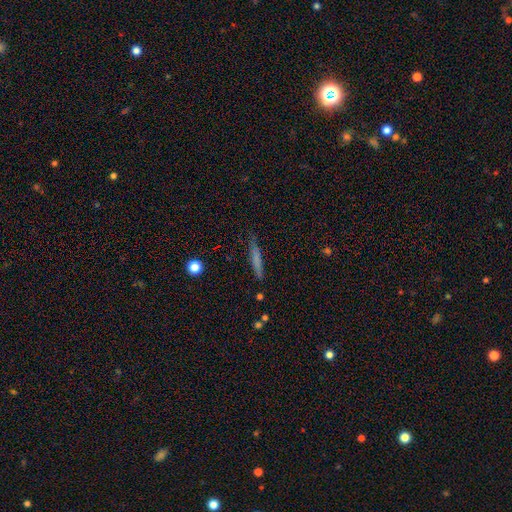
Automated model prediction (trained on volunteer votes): Smooth or featured: smooth — 59% (featured or disk — 32%)
How rounded: cigar-shaped — 94% (in between — 4%)
Merging: none — 85% (minor disturbance — 11%)